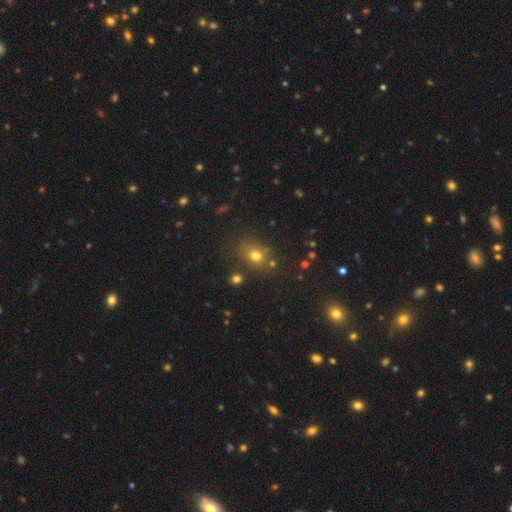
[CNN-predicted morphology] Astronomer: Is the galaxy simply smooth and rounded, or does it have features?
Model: smooth — 71%.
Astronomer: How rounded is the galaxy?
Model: round — 53% (runner-up: in between, 46%).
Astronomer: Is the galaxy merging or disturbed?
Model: none — 73%.